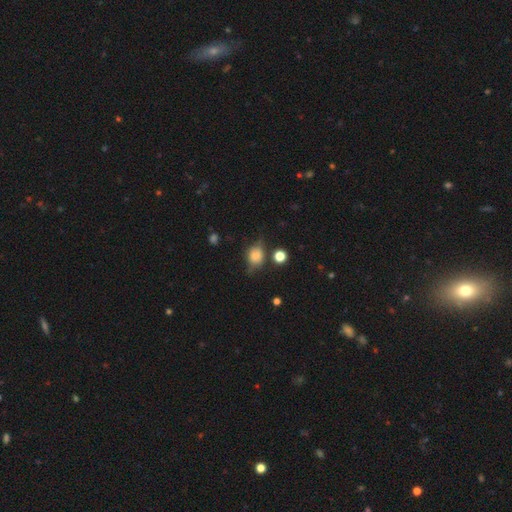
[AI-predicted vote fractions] Smooth or featured? smooth (71%)
How rounded? round (49%, tied with in between)
Merging? none (55%)